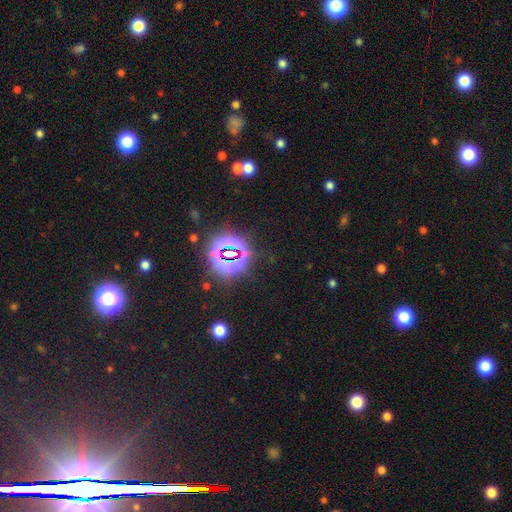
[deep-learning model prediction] This appears to be a star or artifact, not a galaxy (78%).